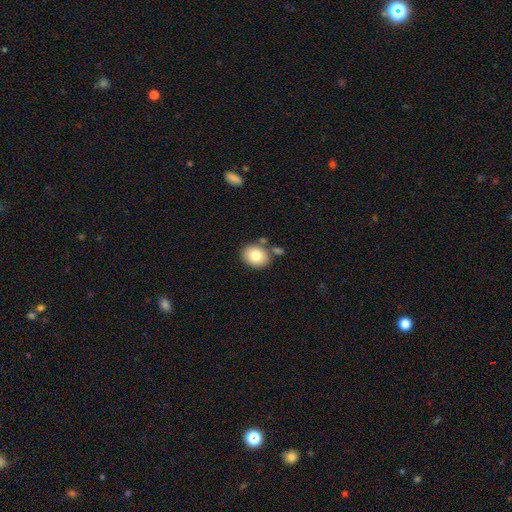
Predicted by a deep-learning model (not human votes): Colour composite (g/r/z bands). It shows a smooth galaxy with no disk features (80%) that is round (50%). Merging: none (73%).